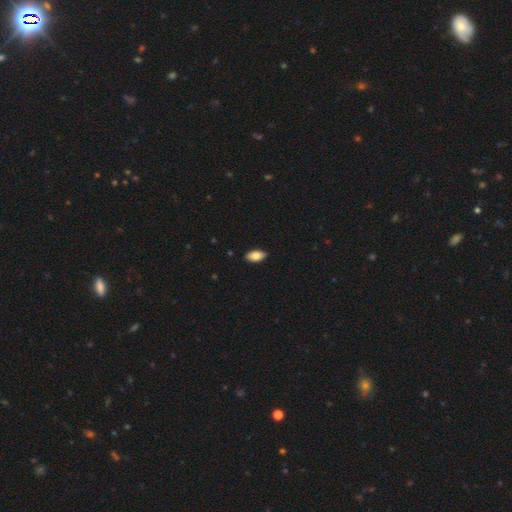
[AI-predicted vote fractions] Overall: smooth (84%). How rounded: in between (94%). Merging: none (89%).